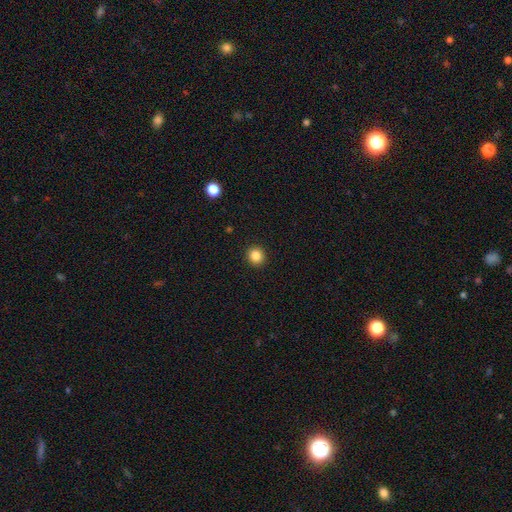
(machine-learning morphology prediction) Smooth or featured? smooth (85%)
How rounded? round (91%)
Merging? none (93%)